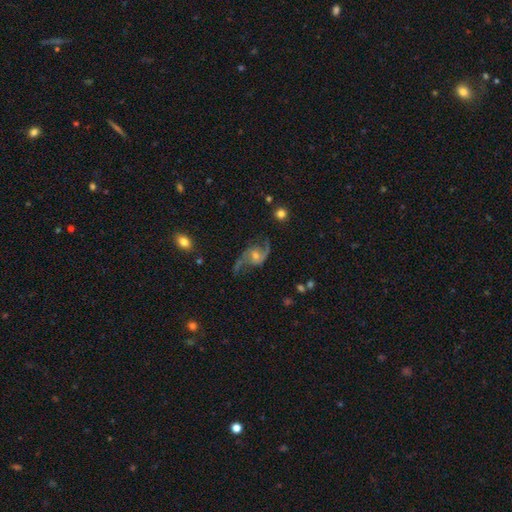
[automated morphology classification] featured or disk 88%, star or artifact 6%, smooth 6%. Down the decision tree: edge-on disk — no (97%); bar — no (64%); spiral arms — yes (97%); spiral arm count — 2 (93%); spiral winding — loose (65%); bulge size — moderate (51%); merging — none (64%).